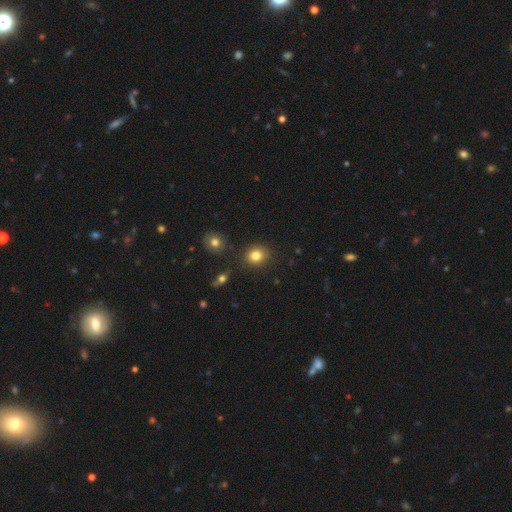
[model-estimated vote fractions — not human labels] Smooth or featured? Predicted: smooth (p=0.82). How rounded? Predicted: round (p=0.70). Merging? Predicted: none (p=0.84).